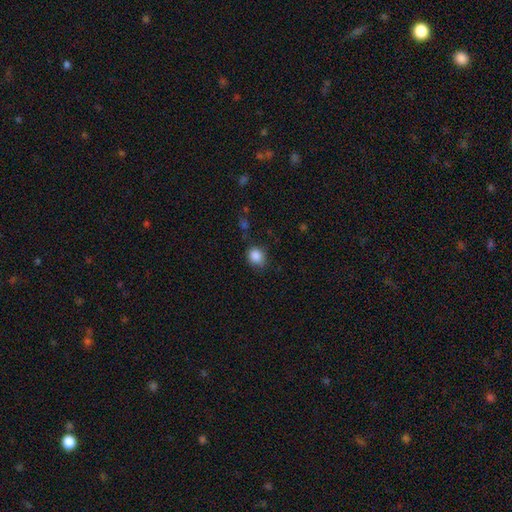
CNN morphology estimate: Smooth or featured? smooth (87%)
How rounded? round (60%)
Merging? none (75%)